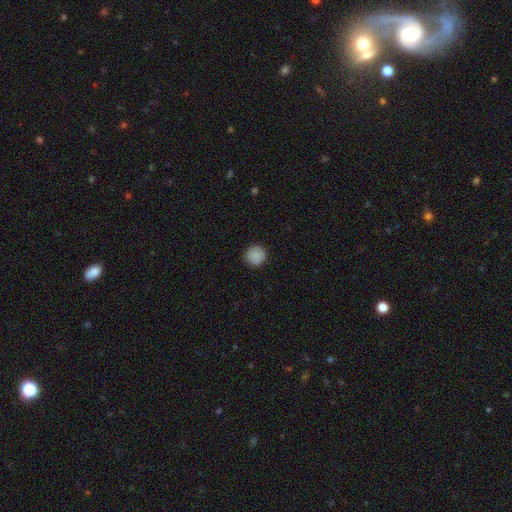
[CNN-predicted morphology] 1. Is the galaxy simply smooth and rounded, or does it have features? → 87% smooth, 7% star or artifact, 6% featured or disk.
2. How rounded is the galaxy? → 95% round, 4% in between, 1% cigar-shaped.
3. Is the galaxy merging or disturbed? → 92% none, 6% minor disturbance, 2% major disturbance, 1% merger.